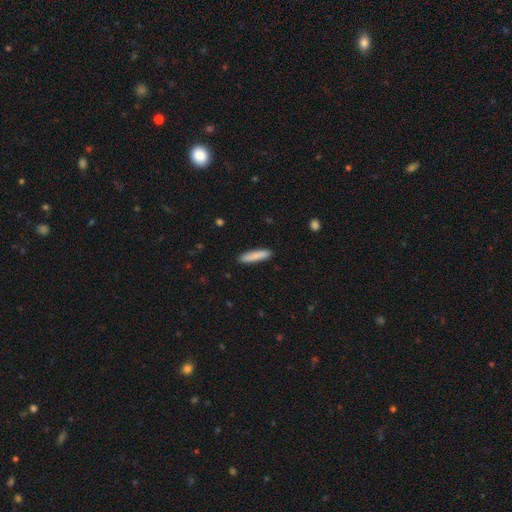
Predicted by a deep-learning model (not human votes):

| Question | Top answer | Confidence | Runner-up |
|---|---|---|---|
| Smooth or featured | smooth | 85% | featured or disk (10%) |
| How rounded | cigar-shaped | 83% | in between (16%) |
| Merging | none | 90% | minor disturbance (8%) |